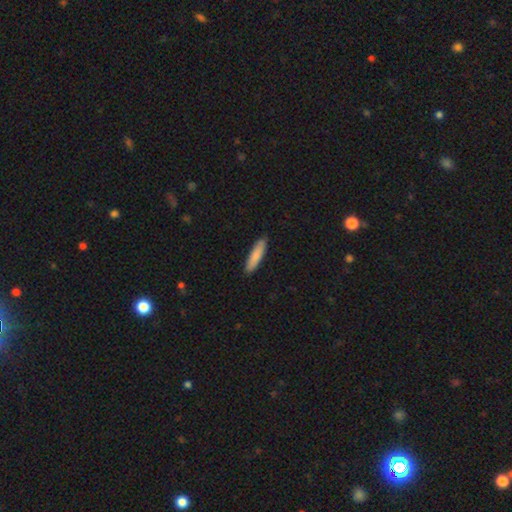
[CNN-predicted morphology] Smooth or featured? Predicted: smooth (p=0.84). How rounded? Predicted: cigar-shaped (p=0.77). Merging? Predicted: none (p=0.90).